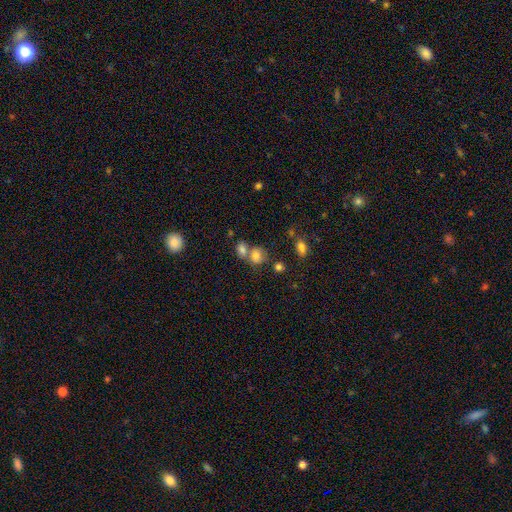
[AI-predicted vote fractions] smooth_or_featured: smooth (p=0.77) [alt: star or artifact p=0.13]
how_rounded: round (p=0.55) [alt: in between p=0.44]
merging: merger (p=0.49) [alt: none p=0.37]